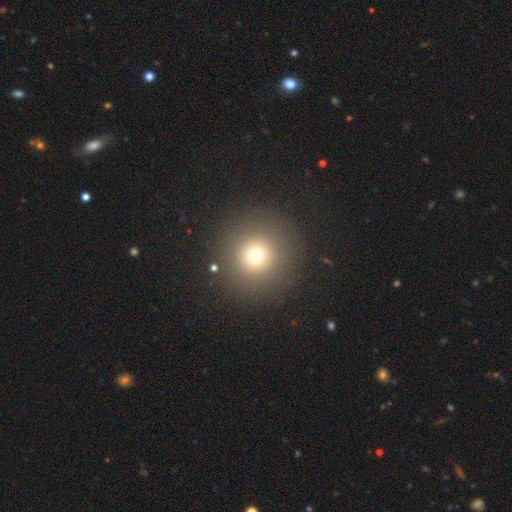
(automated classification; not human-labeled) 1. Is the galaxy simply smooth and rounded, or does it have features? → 70% smooth, 19% star or artifact, 11% featured or disk.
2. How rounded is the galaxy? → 95% round, 4% in between, 1% cigar-shaped.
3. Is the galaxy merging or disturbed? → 89% none, 6% minor disturbance, 4% major disturbance, 2% merger.